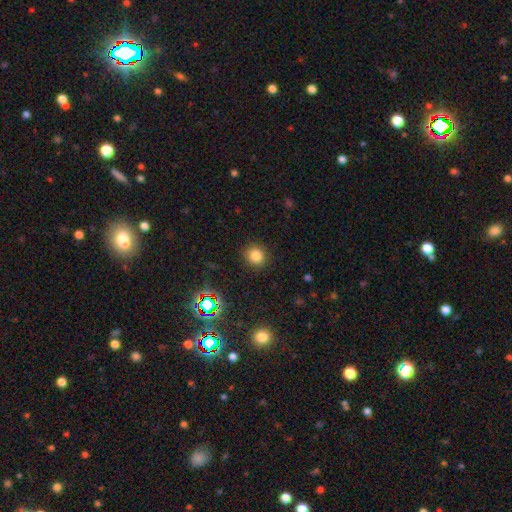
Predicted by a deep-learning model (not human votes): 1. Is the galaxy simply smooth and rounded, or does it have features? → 79% smooth, 16% star or artifact, 5% featured or disk.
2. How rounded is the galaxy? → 90% round, 9% in between, 1% cigar-shaped.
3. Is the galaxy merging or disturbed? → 90% none, 6% minor disturbance, 3% major disturbance, 1% merger.